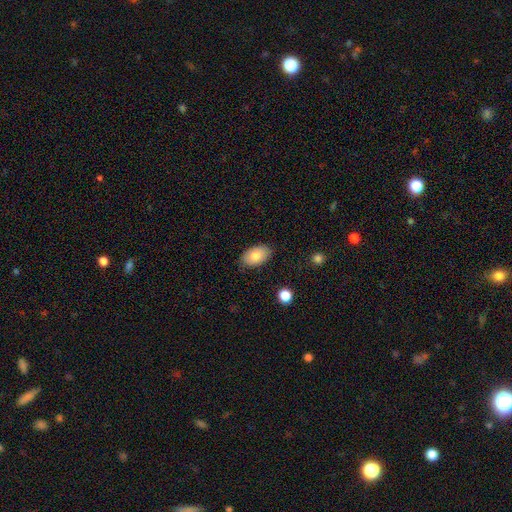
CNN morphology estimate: type=smooth (83%); roundness=in between (93%); merging=none (84%).